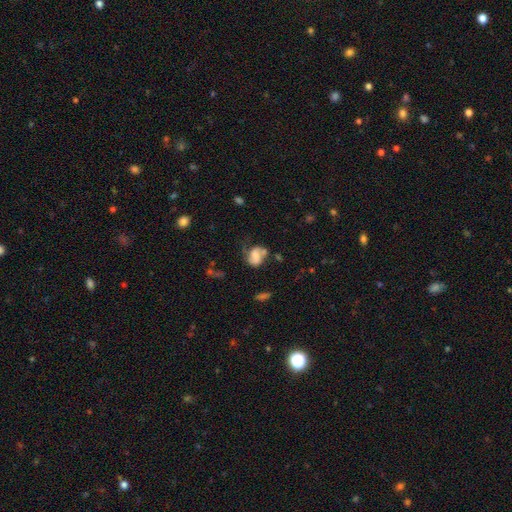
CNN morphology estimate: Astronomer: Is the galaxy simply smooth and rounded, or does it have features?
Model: smooth — 48% (runner-up: featured or disk, 42%).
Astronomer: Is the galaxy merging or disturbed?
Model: none — 33% (runner-up: major disturbance, 26%).